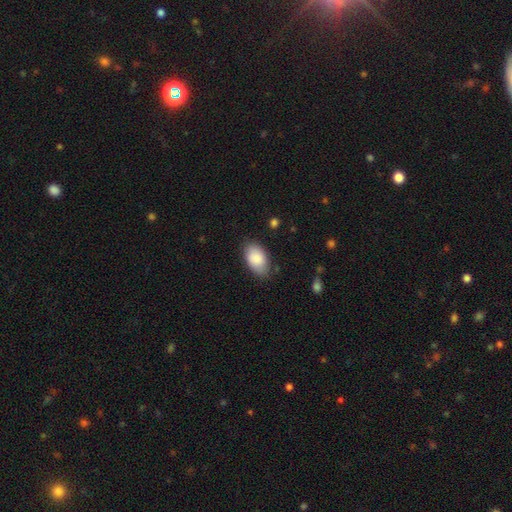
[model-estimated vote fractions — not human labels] Smooth or featured? smooth (87%)
How rounded? in between (93%)
Merging? none (78%)